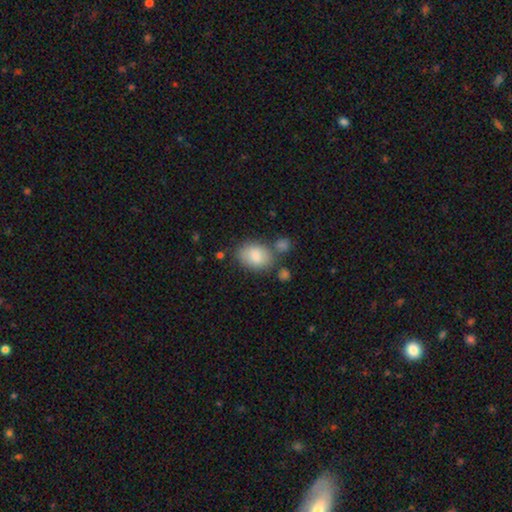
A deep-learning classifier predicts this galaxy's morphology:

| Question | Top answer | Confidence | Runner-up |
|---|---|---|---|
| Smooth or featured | smooth | 84% | featured or disk (9%) |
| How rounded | in between | 76% | round (22%) |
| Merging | none | 61% | minor disturbance (19%) |